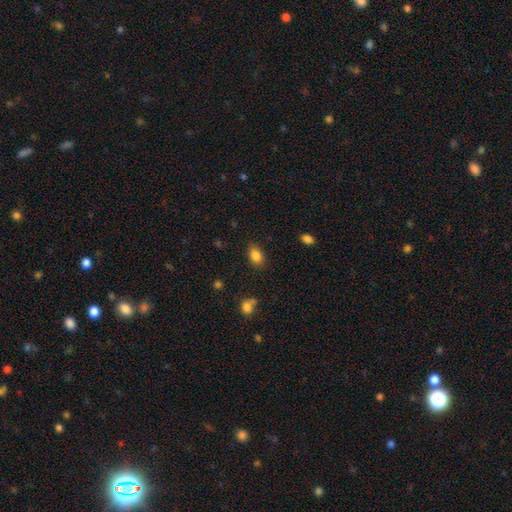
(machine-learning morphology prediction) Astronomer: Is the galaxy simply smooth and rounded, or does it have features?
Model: smooth — 85%.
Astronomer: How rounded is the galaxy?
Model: in between — 81%.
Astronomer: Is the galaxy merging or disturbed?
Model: none — 80%.